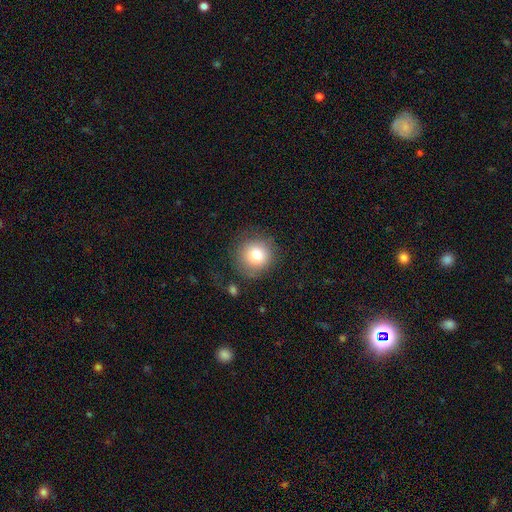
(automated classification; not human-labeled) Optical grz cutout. It shows a smooth galaxy with no disk features (77%) that is round (93%). Merging: none (79%).